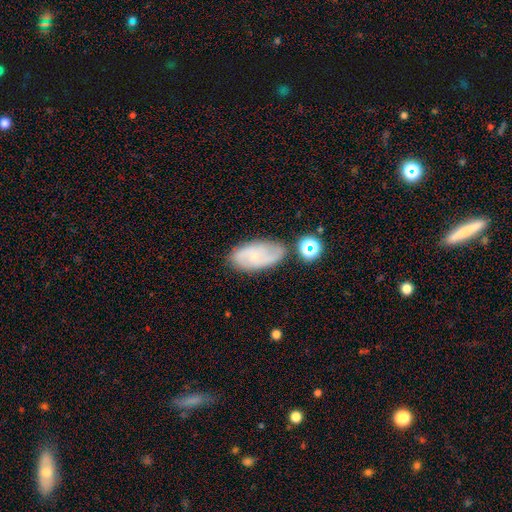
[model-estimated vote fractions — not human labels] Smooth or featured? featured or disk (52%)
Edge-on disk? no (94%)
Merging? none (69%)